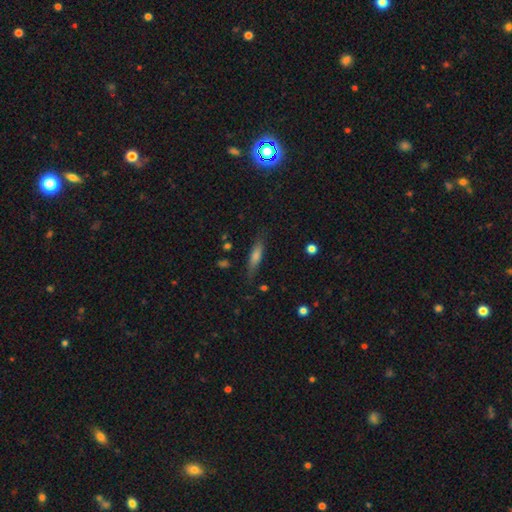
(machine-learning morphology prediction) Smooth or featured? Predicted: smooth (p=0.54). How rounded? Predicted: cigar-shaped (p=0.76). Merging? Predicted: none (p=0.81).